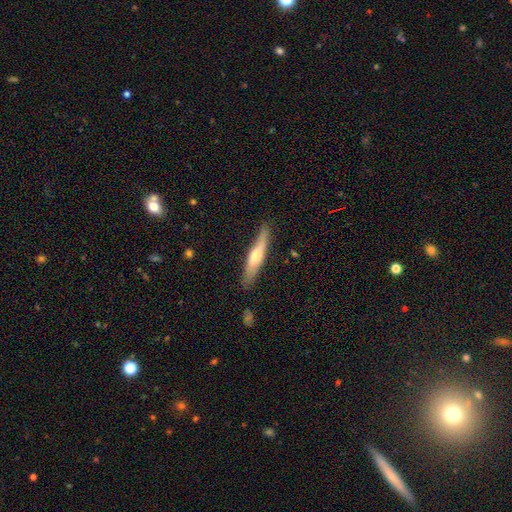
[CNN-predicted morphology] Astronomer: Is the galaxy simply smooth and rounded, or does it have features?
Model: smooth — 56% (runner-up: featured or disk, 38%).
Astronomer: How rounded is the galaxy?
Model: cigar-shaped — 87%.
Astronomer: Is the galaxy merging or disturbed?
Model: none — 82%.